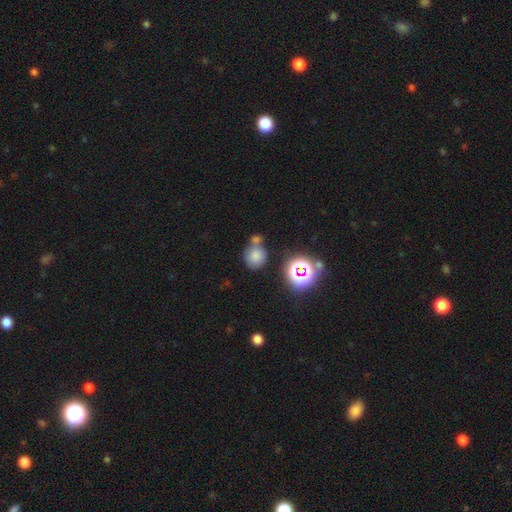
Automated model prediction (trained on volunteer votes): A smooth galaxy with no disk features (73%) that is round (82%). Merging: none (52%).